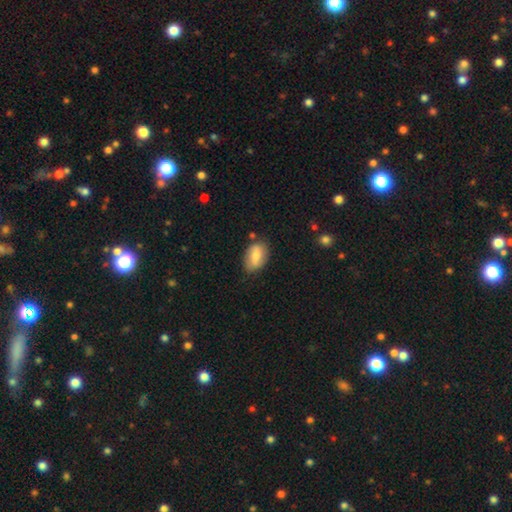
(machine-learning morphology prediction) Smooth or featured?
  - smooth: 70% *
  - featured or disk: 23%
  - star or artifact: 7%
How rounded?
  - in between: 85% *
  - round: 13%
  - cigar-shaped: 2%
Merging?
  - none: 72% *
  - minor disturbance: 20%
  - major disturbance: 4%
  - merger: 3%